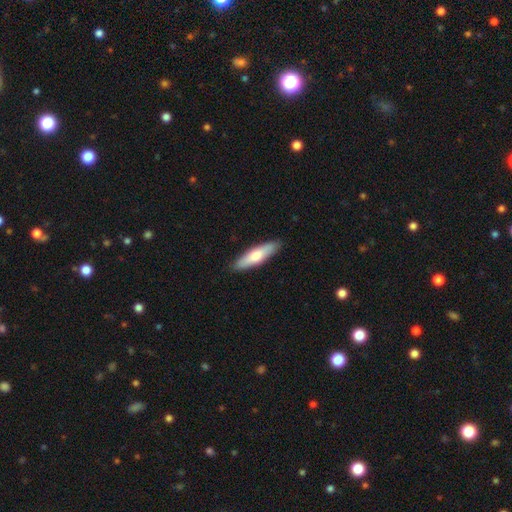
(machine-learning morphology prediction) Q: Smooth or featured?
A: smooth (64%); runner-up: featured or disk (31%)
Q: How rounded?
A: cigar-shaped (66%); runner-up: in between (33%)
Q: Merging?
A: none (89%); runner-up: minor disturbance (8%)